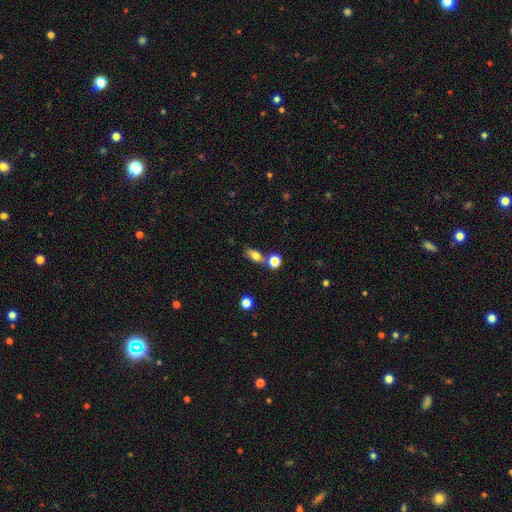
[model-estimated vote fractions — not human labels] Smooth or featured? Predicted: smooth (p=0.75). How rounded? Predicted: in between (p=0.75). Merging? Predicted: none (p=0.62).